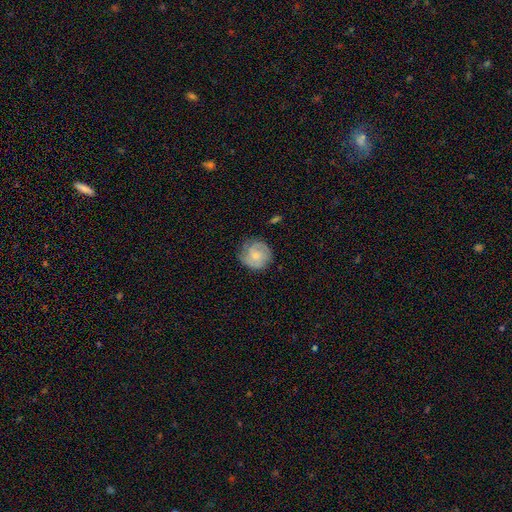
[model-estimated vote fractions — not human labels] This appears to be a featured or disk galaxy (47%). Merging: none (72%).